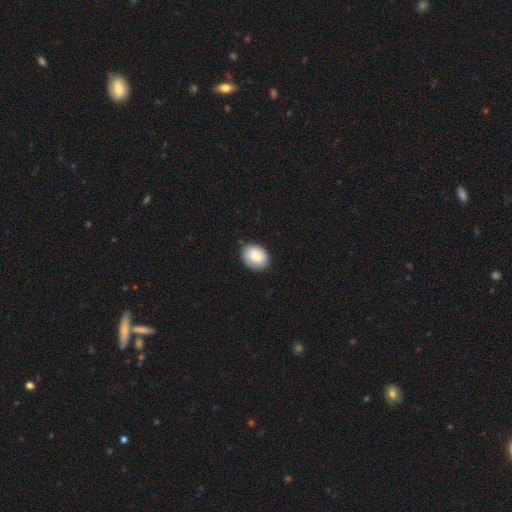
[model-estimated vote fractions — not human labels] Morphology: type=smooth (77%); roundness=in between (62%); merging=none (84%).